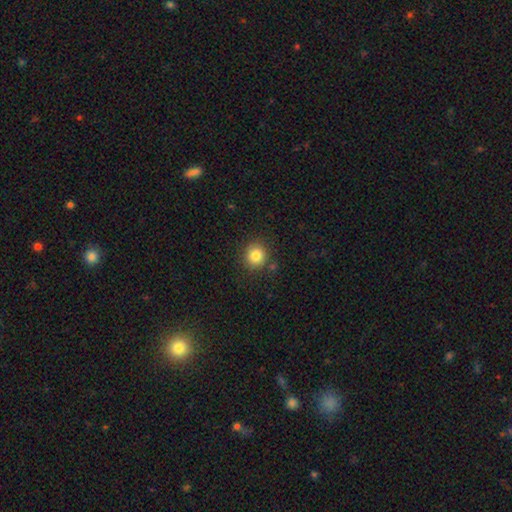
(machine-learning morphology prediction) Q: Smooth or featured?
A: smooth (84%); runner-up: star or artifact (11%)
Q: How rounded?
A: round (89%); runner-up: in between (10%)
Q: Merging?
A: none (85%); runner-up: minor disturbance (9%)